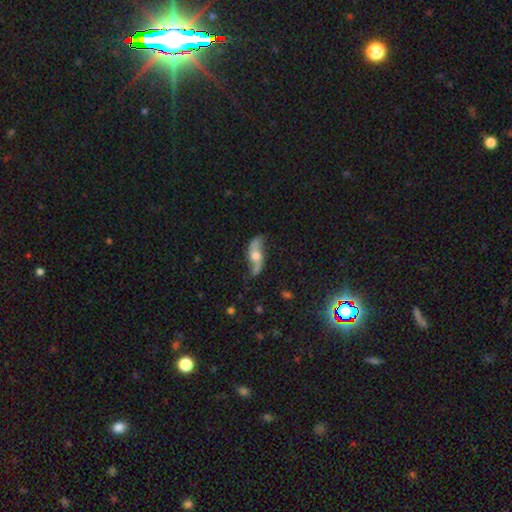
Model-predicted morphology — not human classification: Overall: featured or disk (75%). Edge-on disk: no (83%). Bar: no (65%; weak 26%). Spiral arms: yes (90%). Spiral arm count: 2 (92%). Spiral winding: loose (85%). Bulge size: moderate (65%). Merging: none (67%).